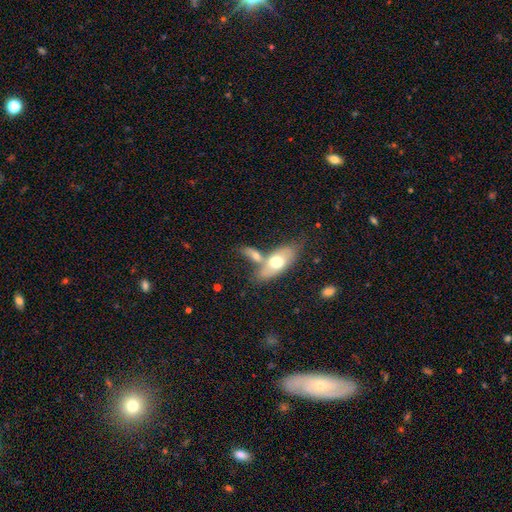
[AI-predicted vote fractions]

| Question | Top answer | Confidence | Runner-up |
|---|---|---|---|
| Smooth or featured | smooth | 62% | featured or disk (31%) |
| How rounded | in between | 76% | cigar-shaped (18%) |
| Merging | merger | 47% | none (36%) |